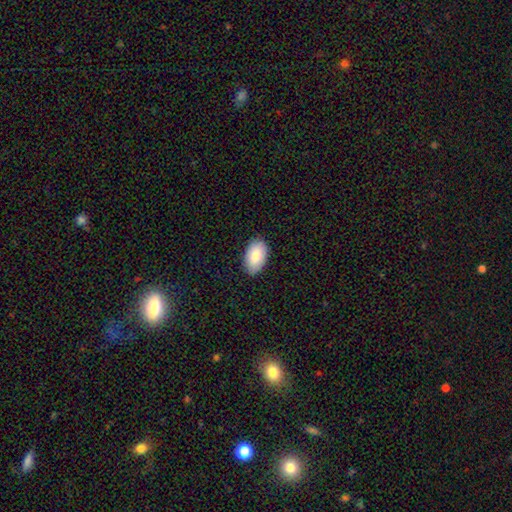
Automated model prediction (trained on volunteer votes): Smooth or featured: smooth — 84% (featured or disk — 10%)
How rounded: in between — 95% (round — 4%)
Merging: none — 87% (minor disturbance — 10%)